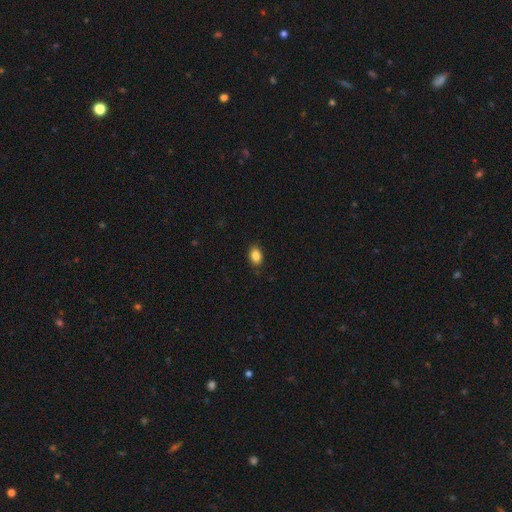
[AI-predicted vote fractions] smooth 87%, star or artifact 9%, featured or disk 5%. Down the decision tree: how rounded — in between (81%); merging — none (87%).